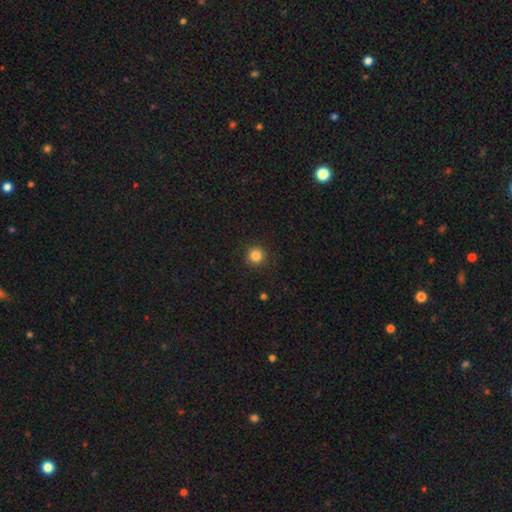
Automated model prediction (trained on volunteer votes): smooth-or-featured: smooth: 84% | star or artifact: 11% | featured or disk: 4%
  how-rounded: round: 95% | in between: 4% | cigar-shaped: 1%
  merging: none: 91% | minor disturbance: 6% | major disturbance: 2% | merger: 1%